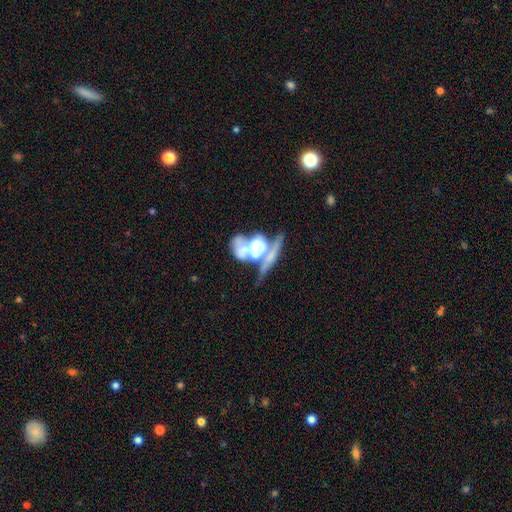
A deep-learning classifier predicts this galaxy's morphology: A featured or disk galaxy (63%) with no bar (74%), no spiral arms (73%) and no central bulge (28%). Merging: merger (59%).